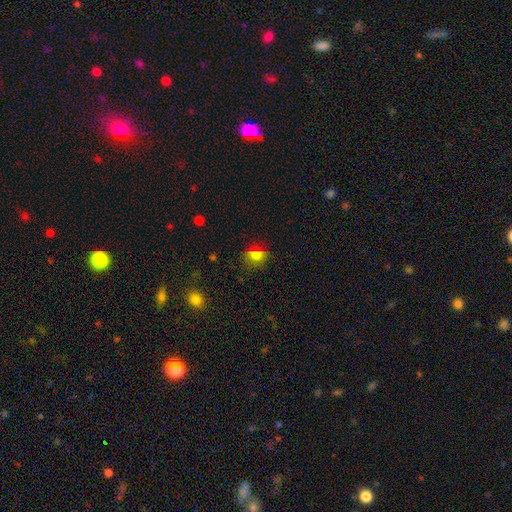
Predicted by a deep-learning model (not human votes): Smooth or featured? smooth (73%)
How rounded? round (57%)
Merging? none (76%)